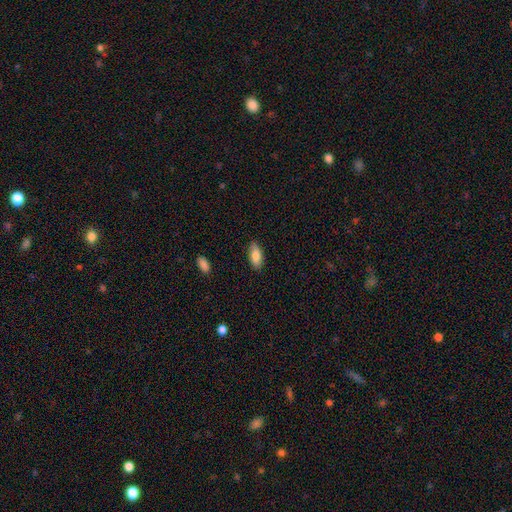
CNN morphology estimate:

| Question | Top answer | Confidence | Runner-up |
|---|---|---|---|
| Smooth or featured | smooth | 82% | featured or disk (11%) |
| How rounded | in between | 86% | cigar-shaped (12%) |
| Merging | none | 86% | minor disturbance (11%) |